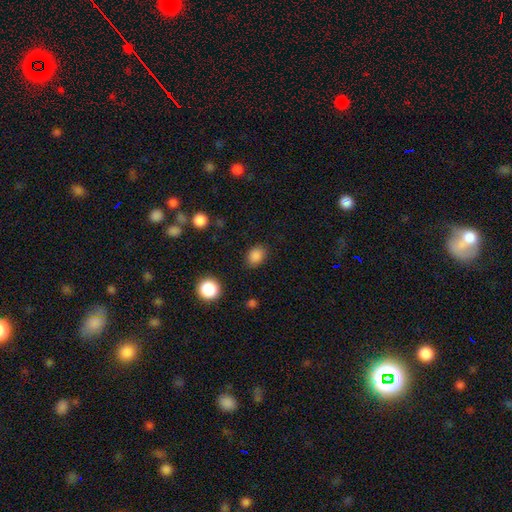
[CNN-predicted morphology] smooth-or-featured: smooth: 86% | star or artifact: 11% | featured or disk: 4%
  how-rounded: in between: 61% | round: 38% | cigar-shaped: 1%
  merging: none: 84% | minor disturbance: 11% | major disturbance: 3% | merger: 1%